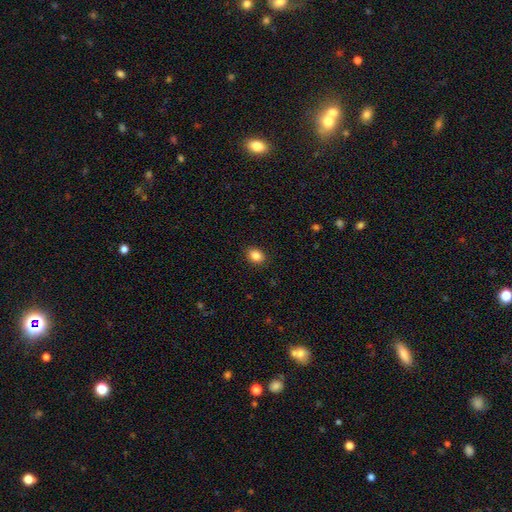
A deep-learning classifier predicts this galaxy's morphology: smooth-or-featured: smooth: 86% | star or artifact: 9% | featured or disk: 4%
  how-rounded: in between: 64% | round: 35% | cigar-shaped: 1%
  merging: none: 90% | minor disturbance: 7% | major disturbance: 2% | merger: 1%